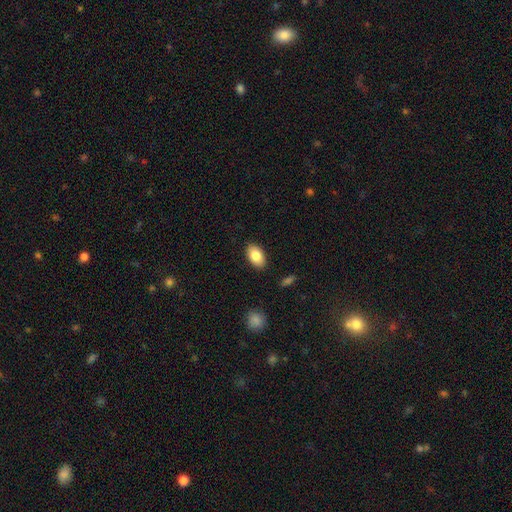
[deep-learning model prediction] smooth 84%, featured or disk 9%, star or artifact 7%. Down the decision tree: how rounded — in between (93%); merging — none (88%).